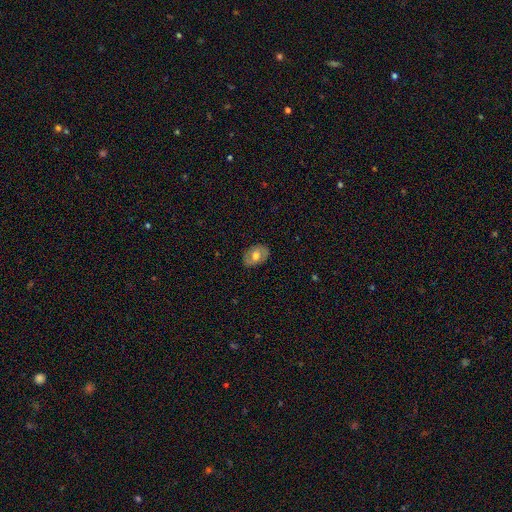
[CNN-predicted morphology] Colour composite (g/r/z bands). It shows a smooth galaxy with no disk features (52%) that is in between round and cigar-shaped (81%). Merging: none (83%).